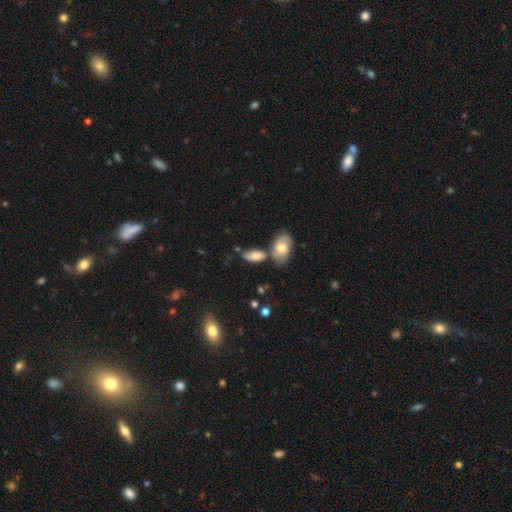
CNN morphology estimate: A smooth galaxy with no disk features (73%) that is in between round and cigar-shaped (91%). Merging: none (45%).